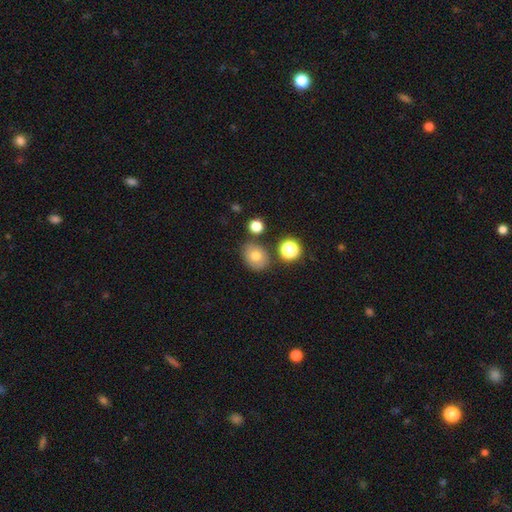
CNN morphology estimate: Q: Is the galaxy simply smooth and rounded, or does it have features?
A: smooth — 73%.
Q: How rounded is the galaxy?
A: round — 52%.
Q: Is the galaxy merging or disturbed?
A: none — 77%.